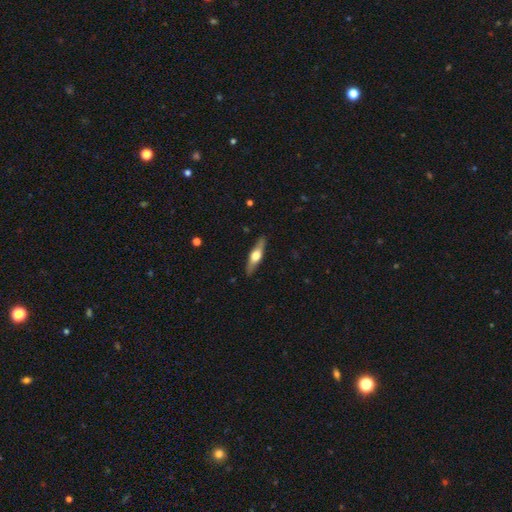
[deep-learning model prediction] A featured or disk galaxy (62%) viewed edge-on (95%) with a rounded central bulge (93%). Merging: none (89%).